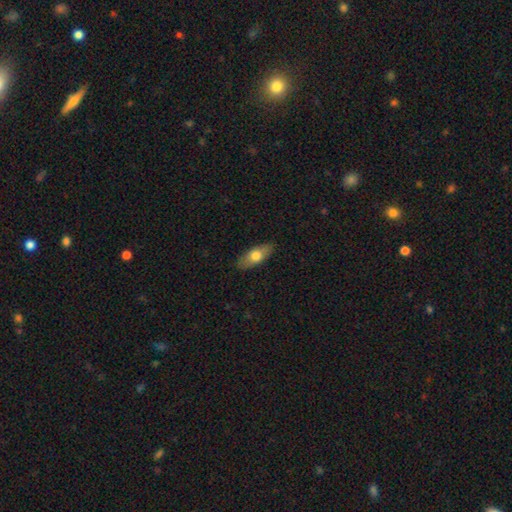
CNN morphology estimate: type=smooth (69%); roundness=in between (78%); merging=none (87%).